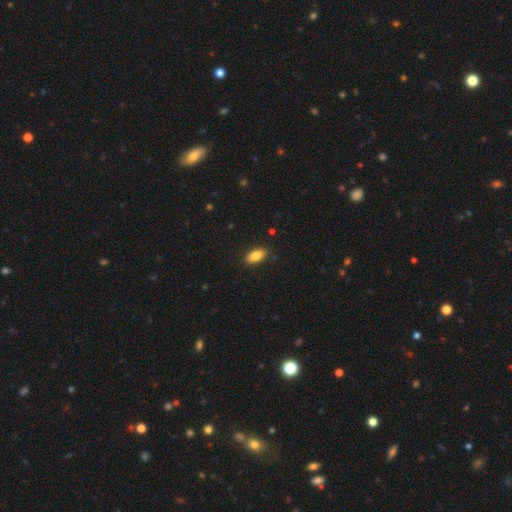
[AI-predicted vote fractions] Overall: smooth (85%). How rounded: in between (88%). Merging: none (86%).